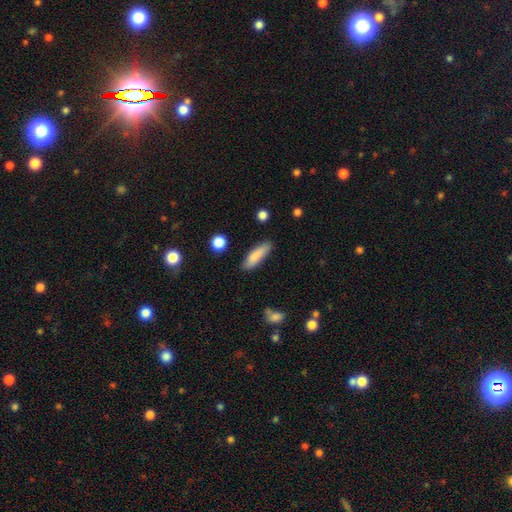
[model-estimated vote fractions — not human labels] A smooth galaxy with no disk features (84%) that is cigar-shaped (57%).

Vote fractions:
- Smooth or featured? smooth: 84% / featured or disk: 9% / star or artifact: 7%
- How rounded? cigar-shaped: 57% / in between: 41% / round: 2%
- Merging? none: 81% / minor disturbance: 13% / major disturbance: 3% / merger: 2%